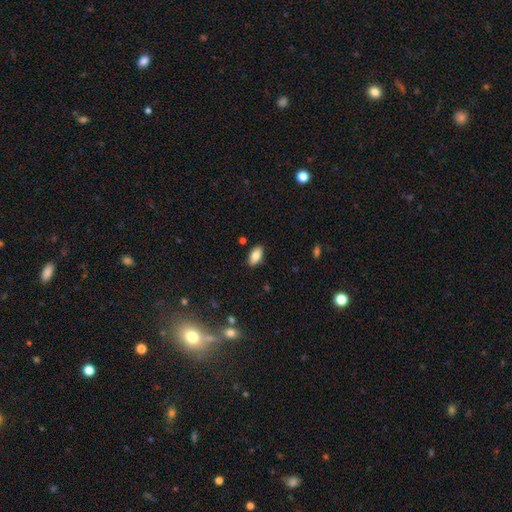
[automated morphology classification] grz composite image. It shows a smooth galaxy with no disk features (82%) that is in between round and cigar-shaped (93%). Merging: none (88%).